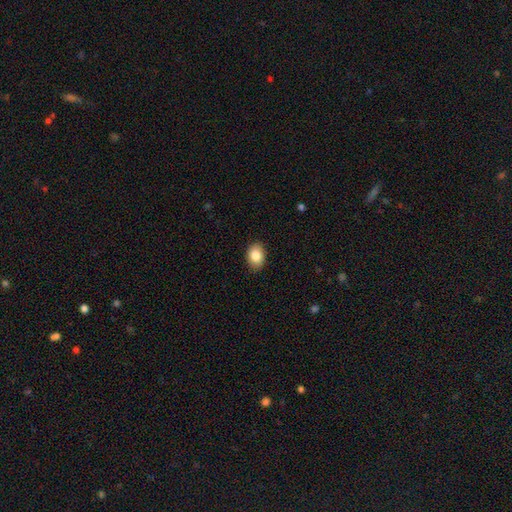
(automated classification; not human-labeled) A smooth galaxy with no disk features (86%) that is in between round and cigar-shaped (77%). Merging: none (88%).